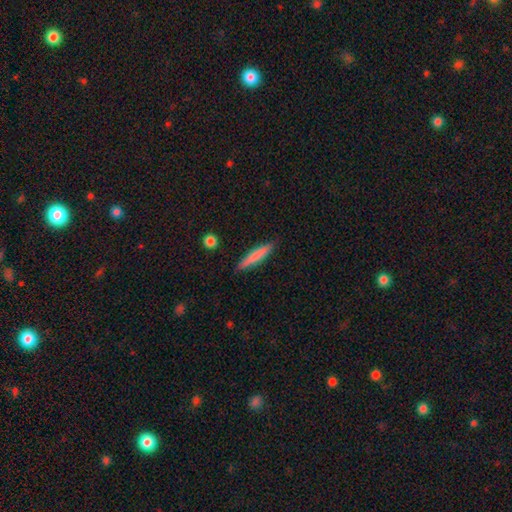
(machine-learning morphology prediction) This appears to be a smooth galaxy with no disk features (75%) that is cigar-shaped (92%). Merging: none (88%).